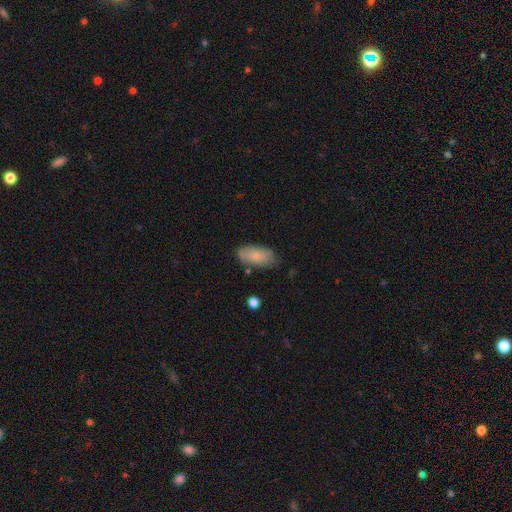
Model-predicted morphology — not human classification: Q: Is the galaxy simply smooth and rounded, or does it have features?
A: smooth — 79%.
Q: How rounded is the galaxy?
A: in between — 91%.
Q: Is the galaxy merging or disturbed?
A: none — 74%.